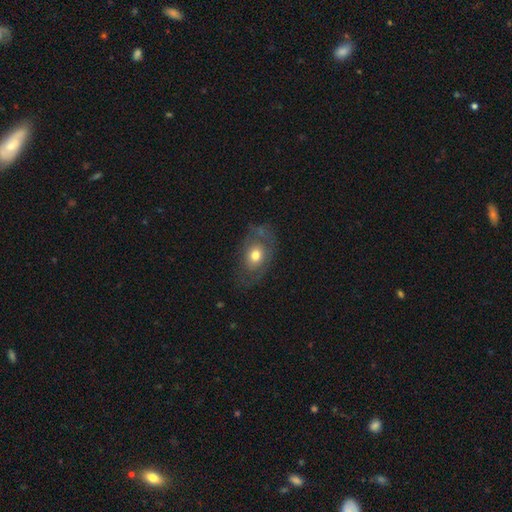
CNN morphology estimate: smooth-or-featured: smooth: 52% | featured or disk: 40% | star or artifact: 9%
  how-rounded: in between: 73% | round: 25% | cigar-shaped: 2%
  merging: none: 62% | minor disturbance: 23% | major disturbance: 12% | merger: 3%